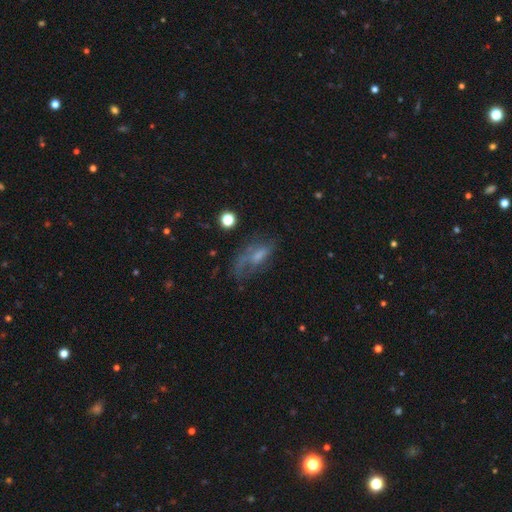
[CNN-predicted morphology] Overall: featured or disk (50%; smooth 35%). Merging: none (45%; major disturbance 29%).